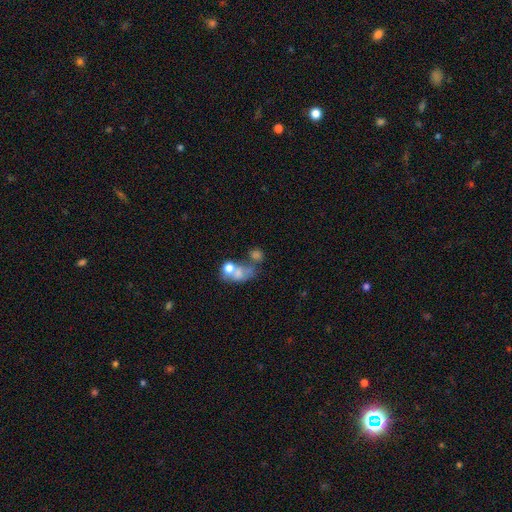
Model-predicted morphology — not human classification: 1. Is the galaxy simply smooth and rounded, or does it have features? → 51% smooth, 26% featured or disk, 23% star or artifact.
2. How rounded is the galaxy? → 53% in between, 44% round, 3% cigar-shaped.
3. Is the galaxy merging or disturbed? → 43% merger, 29% none, 17% major disturbance, 12% minor disturbance.